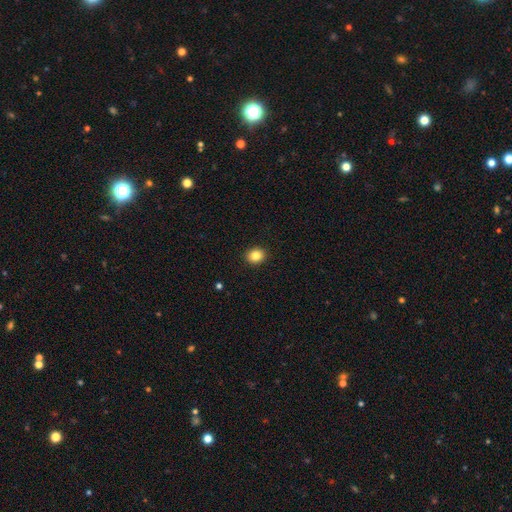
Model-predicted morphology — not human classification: Smooth or featured?
  - smooth: 84% *
  - star or artifact: 10%
  - featured or disk: 6%
How rounded?
  - round: 67% *
  - in between: 32%
  - cigar-shaped: 1%
Merging?
  - none: 92% *
  - minor disturbance: 6%
  - major disturbance: 2%
  - merger: 1%